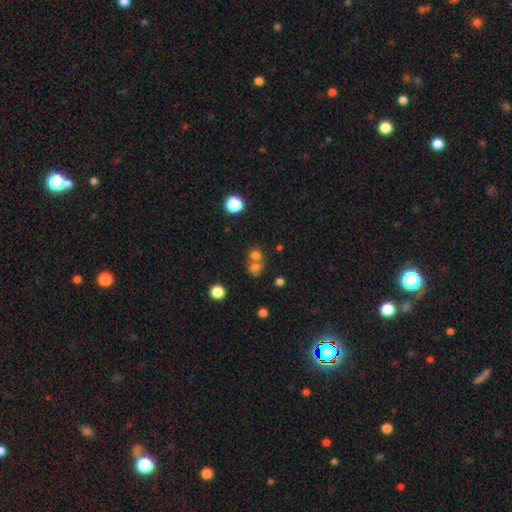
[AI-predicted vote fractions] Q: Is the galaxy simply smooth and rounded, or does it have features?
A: smooth — 71%.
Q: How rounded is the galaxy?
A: round — 76%.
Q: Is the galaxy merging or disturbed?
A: merger — 48%.